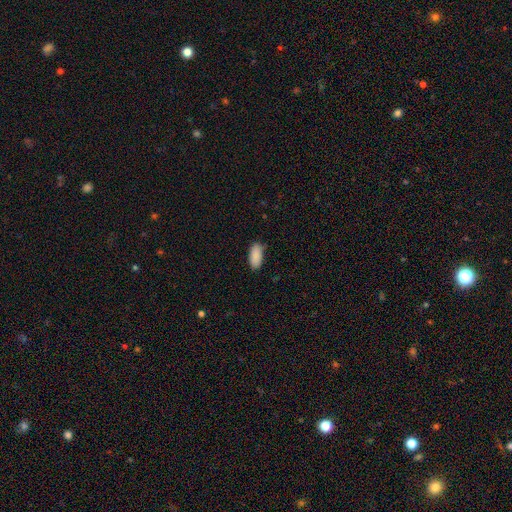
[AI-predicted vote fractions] This is clearly a smooth galaxy (90%). How rounded: clearly in between (88%). Merging: clearly none (82%).